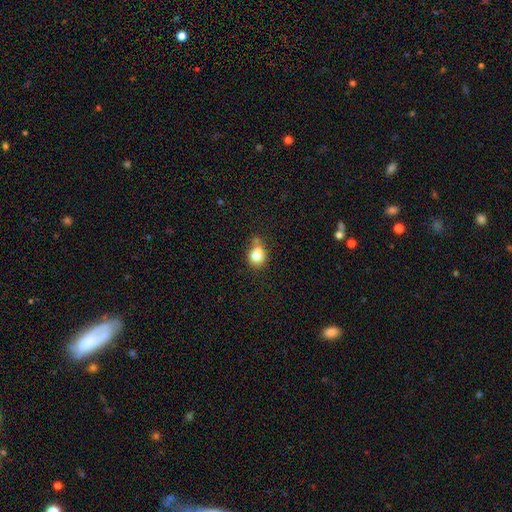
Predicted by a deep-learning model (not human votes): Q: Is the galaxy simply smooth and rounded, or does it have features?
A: smooth — 80%.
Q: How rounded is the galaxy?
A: round — 69%.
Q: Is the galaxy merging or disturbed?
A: none — 44%.